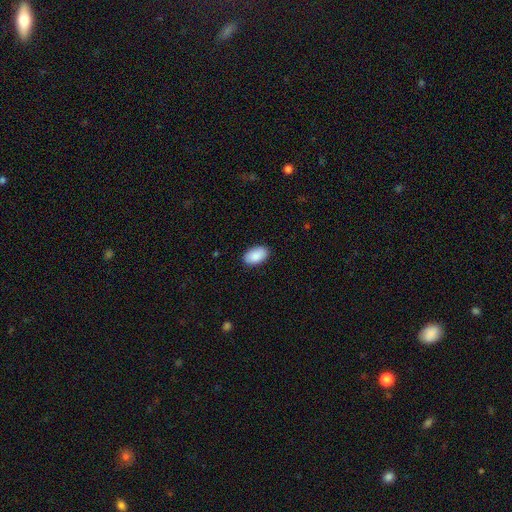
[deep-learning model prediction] Smooth or featured? smooth (90%)
How rounded? in between (94%)
Merging? none (89%)